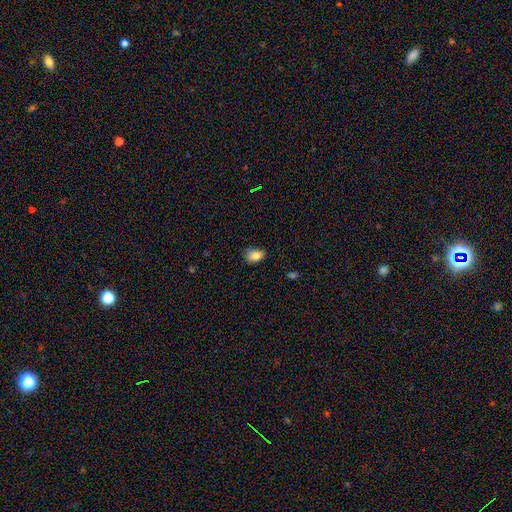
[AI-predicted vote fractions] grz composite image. It shows a smooth galaxy with no disk features (83%) that is in between round and cigar-shaped (81%). Merging: none (66%).